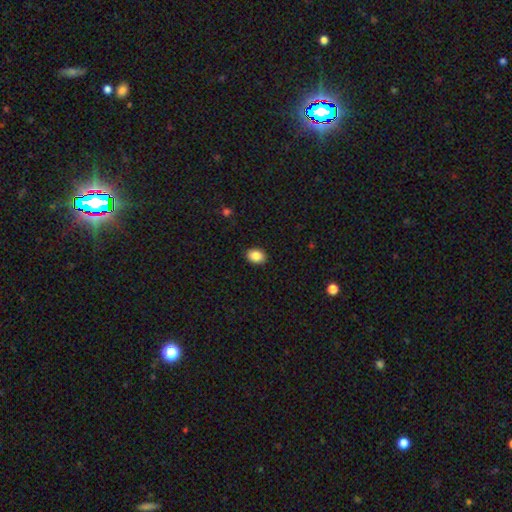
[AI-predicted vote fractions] smooth_or_featured: smooth (p=0.87) [alt: star or artifact p=0.08]
how_rounded: in between (p=0.76) [alt: round p=0.23]
merging: none (p=0.90) [alt: minor disturbance p=0.07]